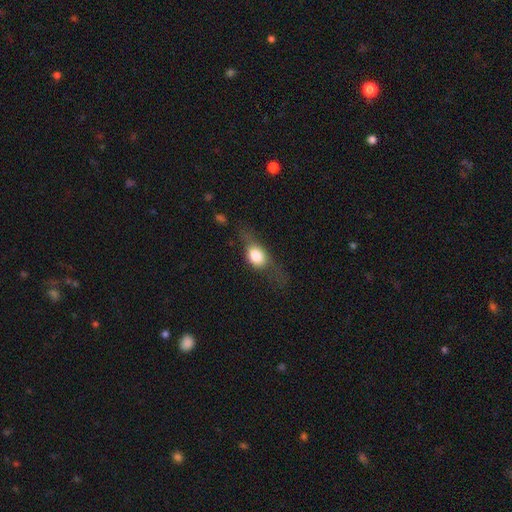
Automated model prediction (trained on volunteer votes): smooth-or-featured: smooth: 61% | featured or disk: 31% | star or artifact: 8%
  how-rounded: in between: 55% | round: 37% | cigar-shaped: 9%
  merging: none: 44% | minor disturbance: 27% | major disturbance: 26% | merger: 3%